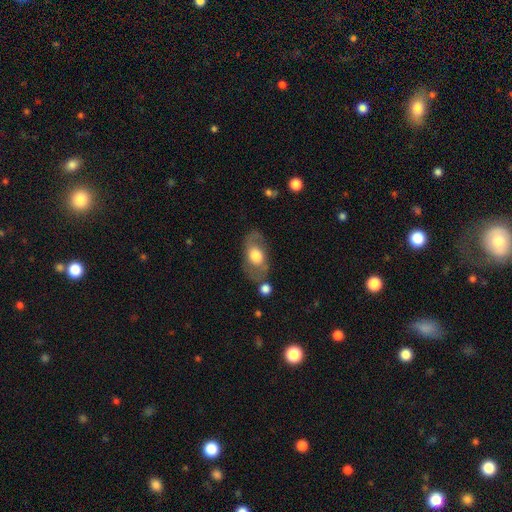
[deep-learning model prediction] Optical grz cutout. It shows a smooth galaxy with no disk features (50%) that is in between round and cigar-shaped (85%). Merging: none (66%).